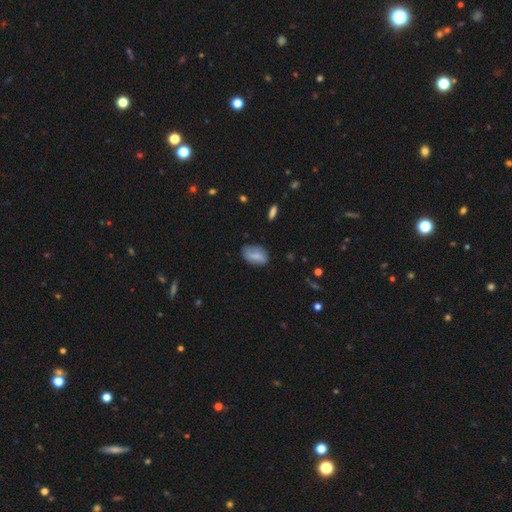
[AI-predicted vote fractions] This is likely a smooth galaxy (74%). How rounded: clearly in between (91%). Merging: likely none (70%).